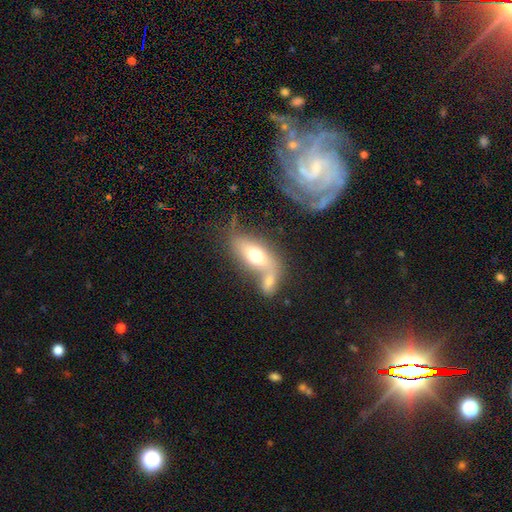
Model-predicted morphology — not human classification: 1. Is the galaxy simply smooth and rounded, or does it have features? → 61% smooth, 32% featured or disk, 7% star or artifact.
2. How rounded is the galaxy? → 79% in between, 15% cigar-shaped, 6% round.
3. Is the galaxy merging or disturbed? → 50% merger, 30% none, 11% minor disturbance, 9% major disturbance.